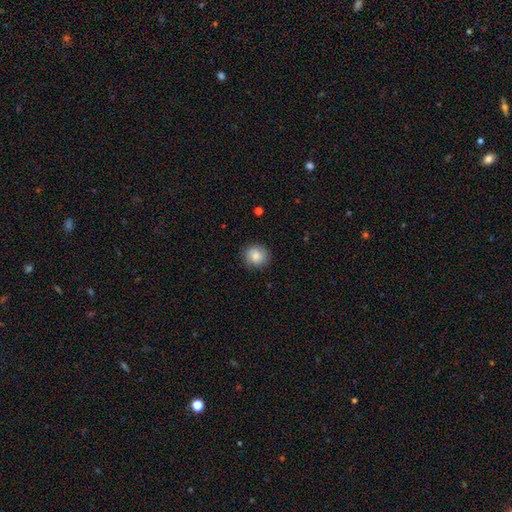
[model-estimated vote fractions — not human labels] The model was most divided on "smooth or featured": smooth: 81%, featured or disk: 10%, star or artifact: 8%. More confident: how rounded — round (87%); merging — none (84%).